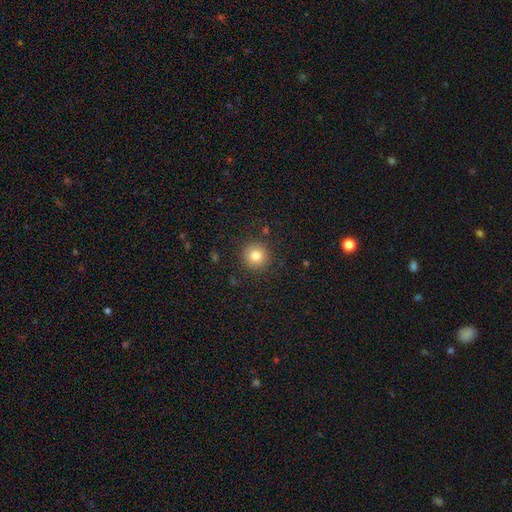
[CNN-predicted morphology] This appears to be a smooth galaxy with no disk features (80%) that is round (95%). Merging: none (90%).